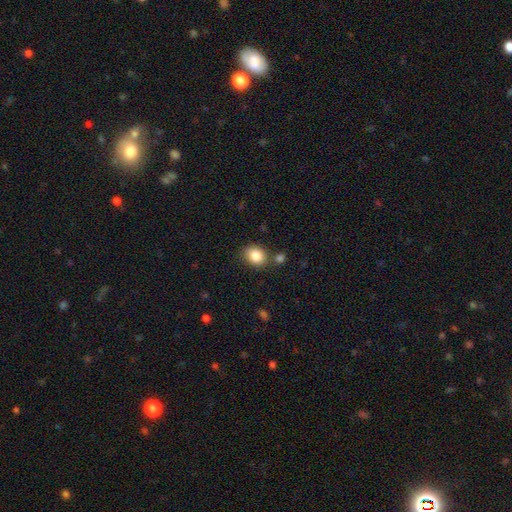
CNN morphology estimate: Smooth or featured? smooth (86%)
How rounded? in between (50%)
Merging? none (73%)